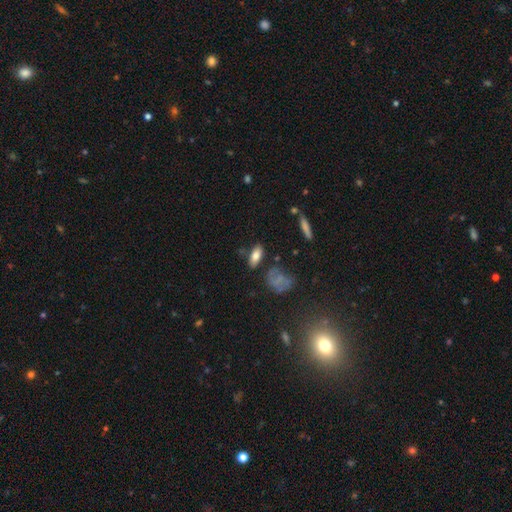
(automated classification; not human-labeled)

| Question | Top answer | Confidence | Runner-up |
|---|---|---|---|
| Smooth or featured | smooth | 77% | featured or disk (15%) |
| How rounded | in between | 83% | cigar-shaped (14%) |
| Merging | none | 74% | minor disturbance (16%) |